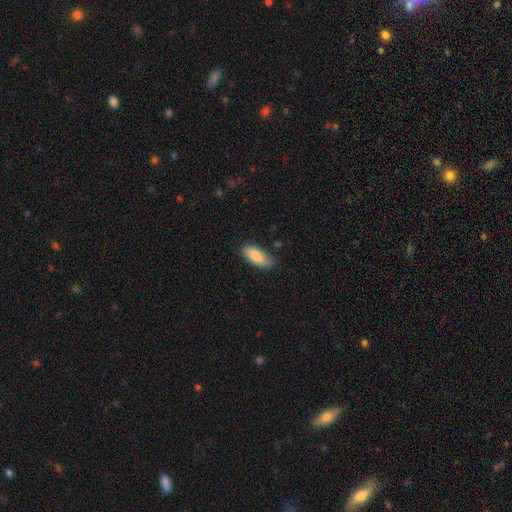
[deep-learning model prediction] The model was most divided on "merging": none: 74%, minor disturbance: 21%, major disturbance: 3%, merger: 2%. More confident: smooth or featured — smooth (85%); how rounded — in between (83%).